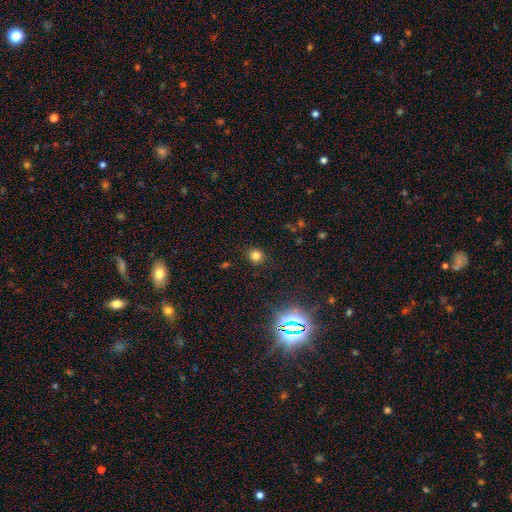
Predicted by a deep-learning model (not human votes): The model was most divided on "smooth or featured": smooth: 77%, star or artifact: 17%, featured or disk: 5%. More confident: merging — none (89%); how rounded — round (88%).